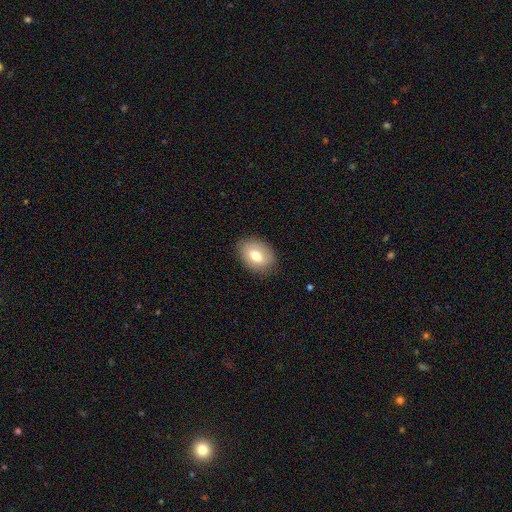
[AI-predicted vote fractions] Smooth or featured? smooth (73%)
How rounded? in between (84%)
Merging? none (83%)